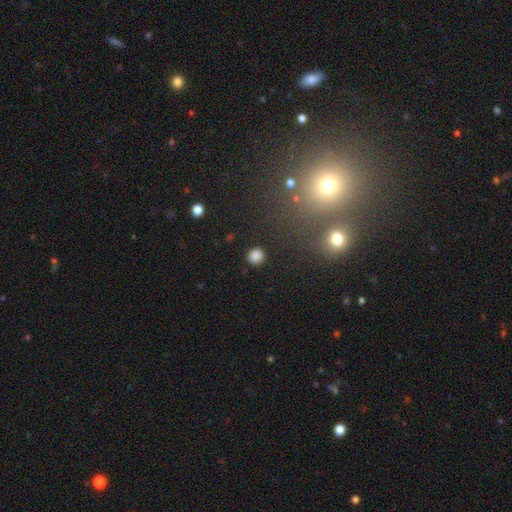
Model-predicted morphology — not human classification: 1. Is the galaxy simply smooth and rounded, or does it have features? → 84% smooth, 12% star or artifact, 4% featured or disk.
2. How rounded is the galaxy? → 93% round, 6% in between, 1% cigar-shaped.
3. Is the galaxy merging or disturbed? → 91% none, 6% minor disturbance, 2% major disturbance, 1% merger.